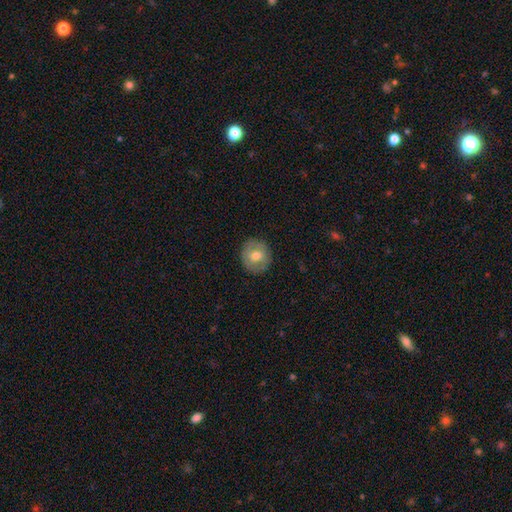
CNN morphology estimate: type=smooth (65%); roundness=round (87%); merging=none (87%).